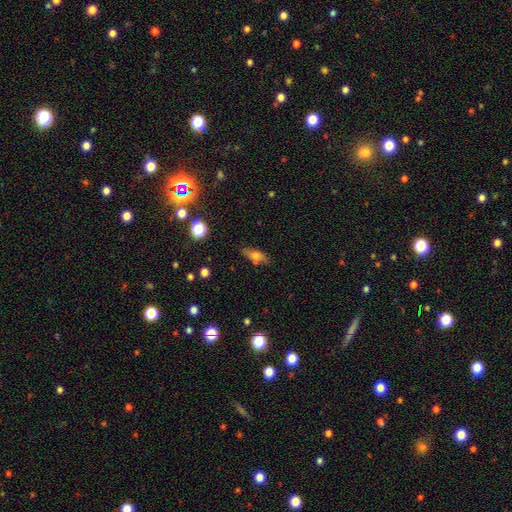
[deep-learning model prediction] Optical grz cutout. It shows a smooth galaxy with no disk features (64%) that is in between round and cigar-shaped (65%). Merging: none (76%).